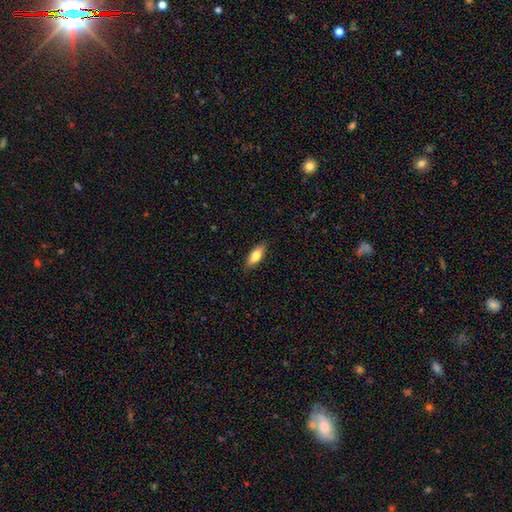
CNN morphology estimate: smooth_or_featured: smooth (p=0.81) [alt: featured or disk p=0.13]
how_rounded: in between (p=0.73) [alt: cigar-shaped p=0.25]
merging: none (p=0.88) [alt: minor disturbance p=0.09]